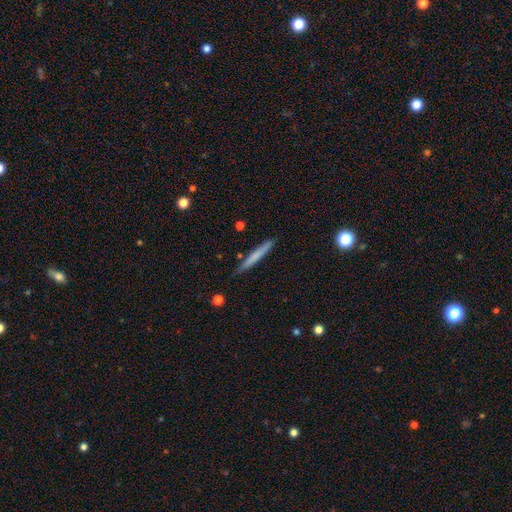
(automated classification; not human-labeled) smooth_or_featured: smooth (p=0.66) [alt: featured or disk p=0.28]
how_rounded: cigar-shaped (p=0.96) [alt: in between p=0.02]
merging: none (p=0.88) [alt: minor disturbance p=0.09]